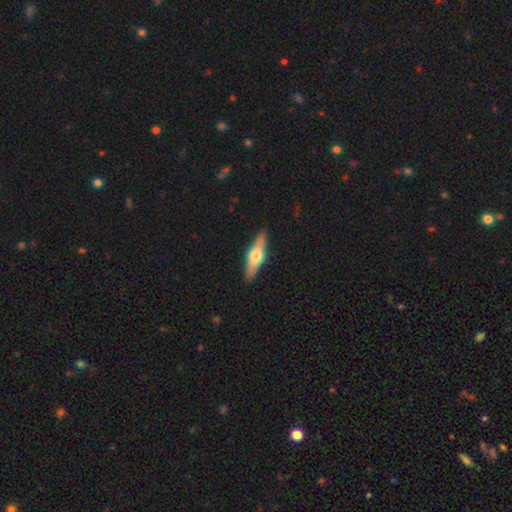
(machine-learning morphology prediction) Smooth or featured: featured or disk — 49% (smooth — 46%)
Merging: none — 89% (minor disturbance — 8%)